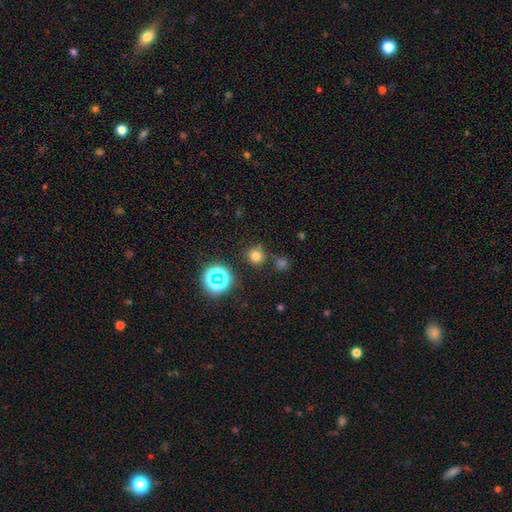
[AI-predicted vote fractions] Smooth or featured: smooth — 70% (star or artifact — 23%)
How rounded: round — 92% (in between — 7%)
Merging: none — 80% (minor disturbance — 10%)